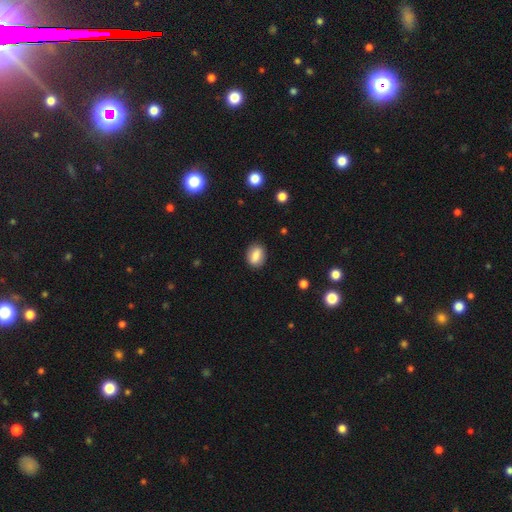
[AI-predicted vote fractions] Overall: smooth (82%). How rounded: in between (71%). Merging: none (87%).